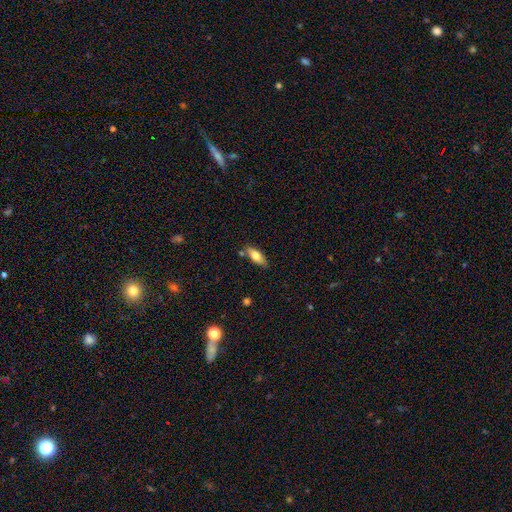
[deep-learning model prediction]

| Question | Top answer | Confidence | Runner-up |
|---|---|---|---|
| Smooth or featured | smooth | 73% | featured or disk (21%) |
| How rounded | in between | 74% | cigar-shaped (24%) |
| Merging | none | 77% | minor disturbance (14%) |